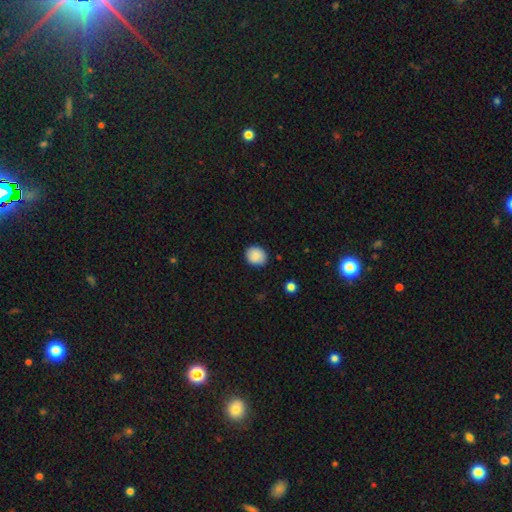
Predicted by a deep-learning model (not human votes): smooth_or_featured: smooth (p=0.88) [alt: star or artifact p=0.08]
how_rounded: round (p=0.71) [alt: in between p=0.29]
merging: none (p=0.86) [alt: minor disturbance p=0.11]